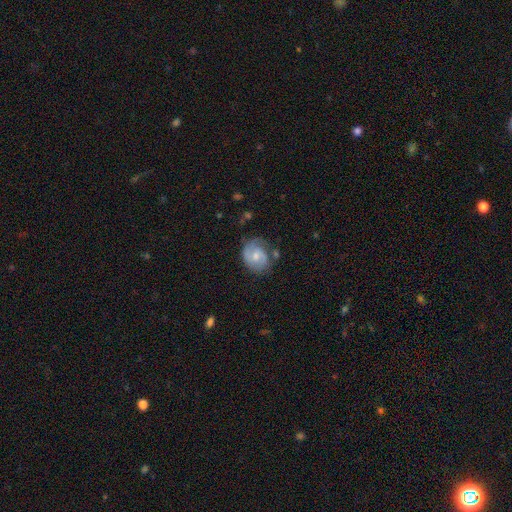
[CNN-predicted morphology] Smooth or featured: featured or disk — 70% (smooth — 24%)
Edge-on disk: no — 98% (yes — 2%)
Bar: no — 48% (weak — 45%)
Spiral arms: yes — 92% (no — 8%)
Spiral winding: medium — 47% (tight — 35%)
Spiral arm count: 2 — 77% (can't tell — 10%)
Bulge size: small — 46% (tied with moderate — 46%)
Merging: none — 62% (minor disturbance — 24%)